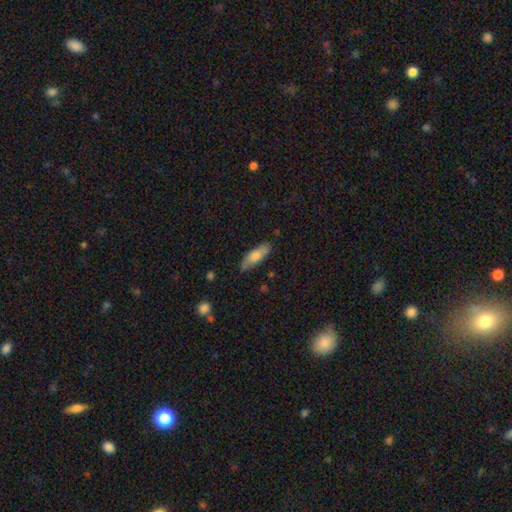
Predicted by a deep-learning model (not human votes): smooth-or-featured: smooth: 72% | featured or disk: 22% | star or artifact: 6%
  how-rounded: in between: 57% | cigar-shaped: 41% | round: 2%
  merging: none: 80% | minor disturbance: 16% | major disturbance: 3% | merger: 2%